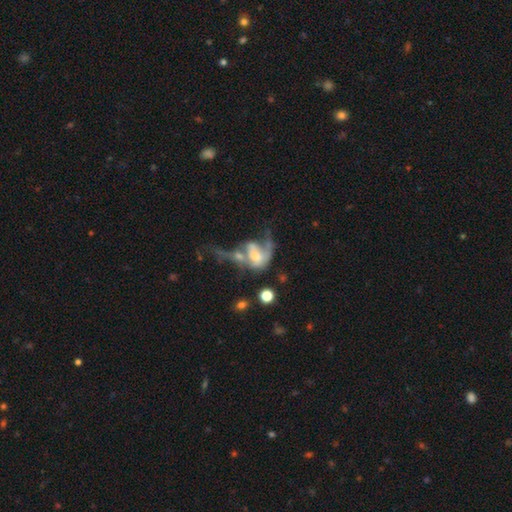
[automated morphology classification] This is possibly a featured or disk galaxy (56%). It is clearly not viewed edge-on (95%). Bar: likely no (66%). Spiral arm pattern: possibly no (53%). Central bulge: possibly moderate (52%). Merging: marginally merger (44%).